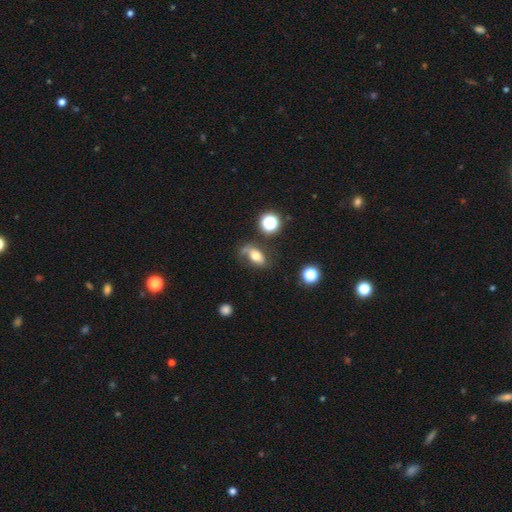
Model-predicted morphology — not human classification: A smooth galaxy with no disk features (62%) that is in between round and cigar-shaped (80%). Merging: none (53%).